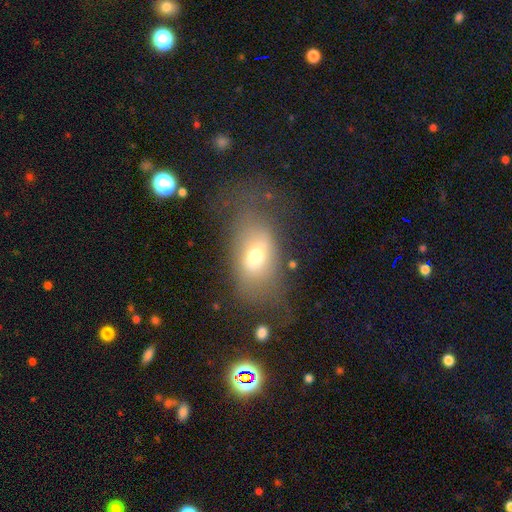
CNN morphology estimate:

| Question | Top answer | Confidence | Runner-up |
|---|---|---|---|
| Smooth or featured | smooth | 59% | featured or disk (27%) |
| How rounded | in between | 82% | round (15%) |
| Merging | none | 47% | major disturbance (26%) |